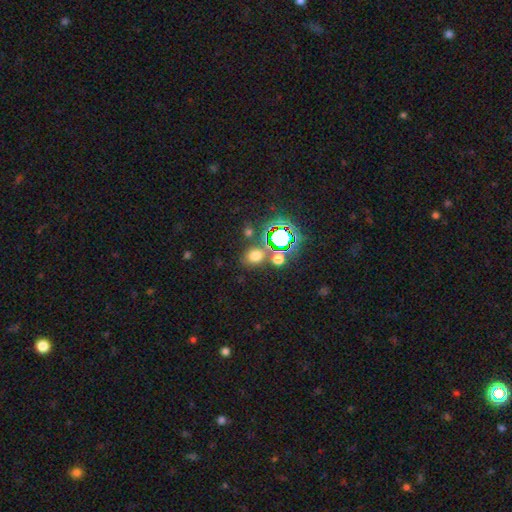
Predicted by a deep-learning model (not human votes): Smooth or featured? smooth (62%)
How rounded? round (54%)
Merging? none (71%)